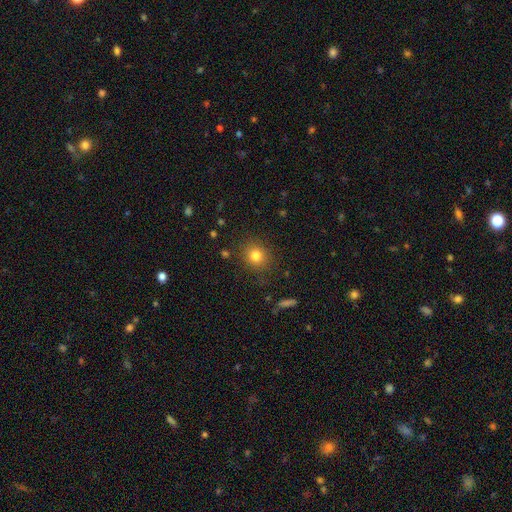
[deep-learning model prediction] This appears to be a smooth galaxy with no disk features (80%) that is round (85%). Merging: none (87%).